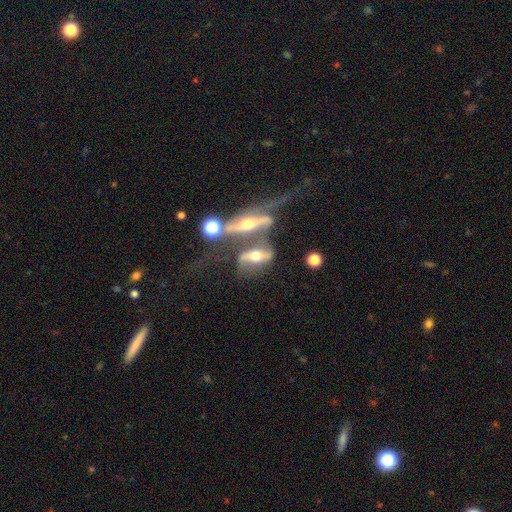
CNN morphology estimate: A featured or disk galaxy (70%).

Vote fractions:
- Smooth or featured? featured or disk: 70% / smooth: 20% / star or artifact: 9%
- Edge-on disk? no: 54% / yes: 46%
- Merging? merger: 50% / none: 26% / major disturbance: 13% / minor disturbance: 11%